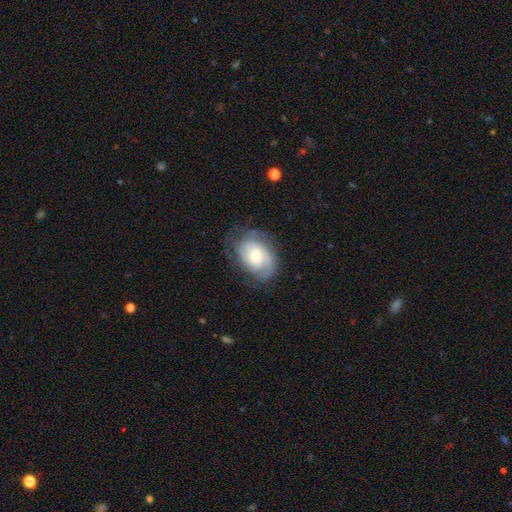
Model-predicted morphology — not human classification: A featured or disk galaxy (73%) with no bar (78%), tight (64%) spiral arms (87%) and a moderate central bulge (55%). Merging: none (68%).